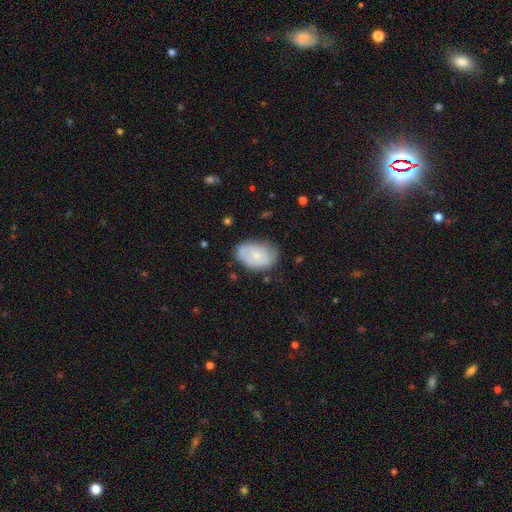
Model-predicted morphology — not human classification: Smooth or featured?
  - smooth: 58% *
  - featured or disk: 36%
  - star or artifact: 7%
How rounded?
  - in between: 84% *
  - round: 15%
  - cigar-shaped: 1%
Merging?
  - none: 65% *
  - minor disturbance: 27%
  - major disturbance: 7%
  - merger: 2%